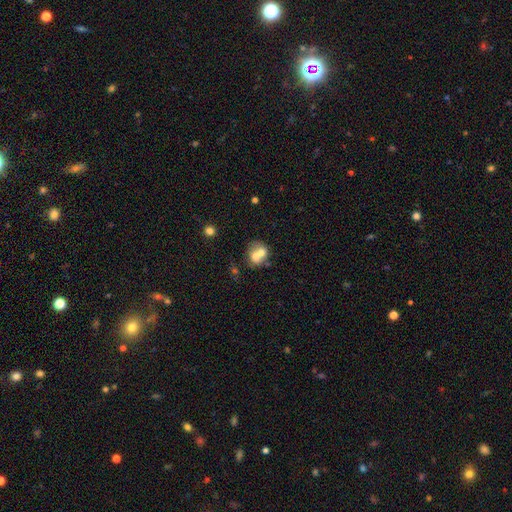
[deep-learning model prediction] A smooth galaxy with no disk features (61%) that is round (64%). Merging: merger (64%).